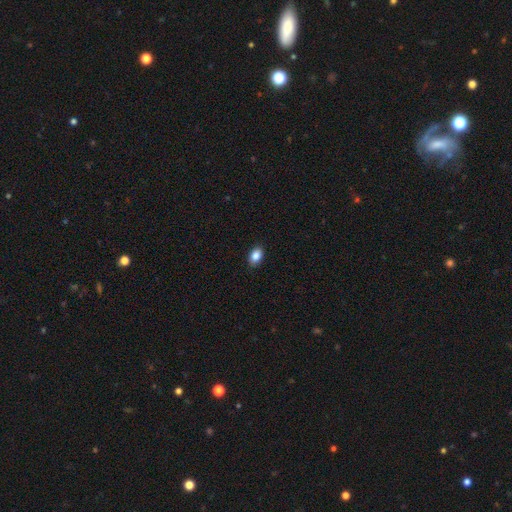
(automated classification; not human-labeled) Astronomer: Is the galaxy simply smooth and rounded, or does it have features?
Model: smooth — 87%.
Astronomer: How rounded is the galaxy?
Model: in between — 86%.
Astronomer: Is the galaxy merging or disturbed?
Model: none — 89%.